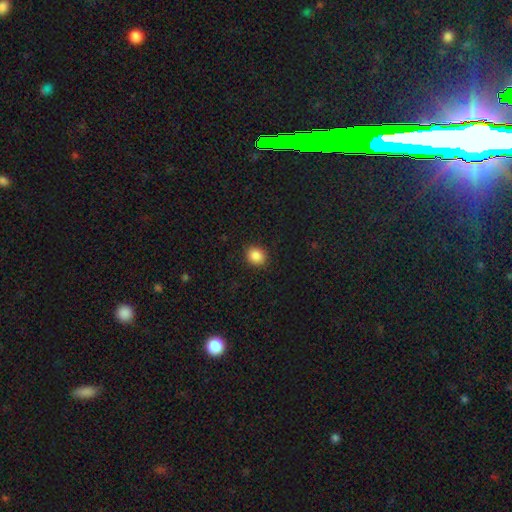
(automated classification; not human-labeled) Smooth or featured? Predicted: smooth (p=0.87). How rounded? Predicted: round (p=0.72). Merging? Predicted: none (p=0.90).